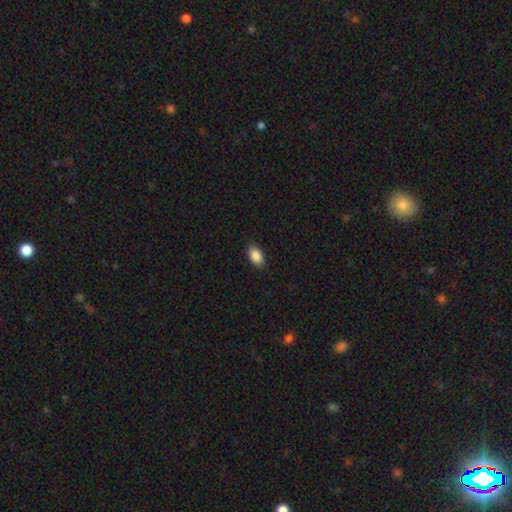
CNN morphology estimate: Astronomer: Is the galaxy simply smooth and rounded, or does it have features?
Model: smooth — 89%.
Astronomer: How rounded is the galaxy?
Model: in between — 92%.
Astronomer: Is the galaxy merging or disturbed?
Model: none — 85%.